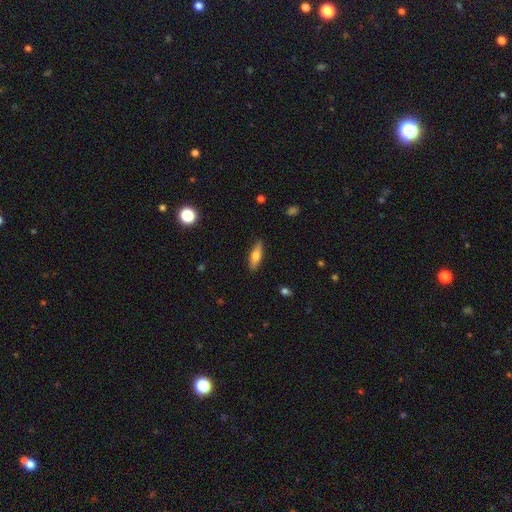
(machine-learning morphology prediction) smooth_or_featured: smooth (p=0.62) [alt: featured or disk p=0.32]
how_rounded: cigar-shaped (p=0.50) [alt: in between p=0.48]
merging: none (p=0.88) [alt: minor disturbance p=0.09]